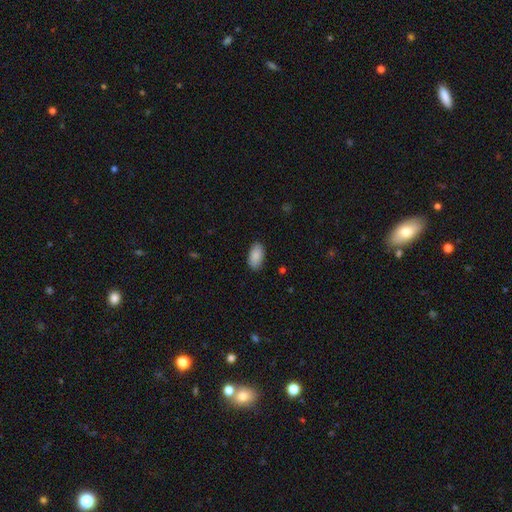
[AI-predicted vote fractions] Smooth or featured? smooth (89%)
How rounded? in between (95%)
Merging? none (87%)